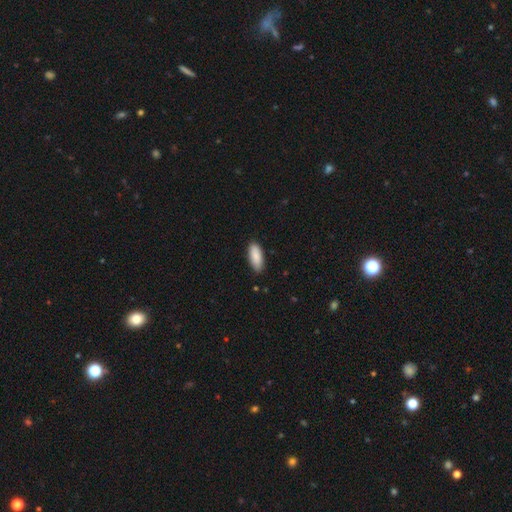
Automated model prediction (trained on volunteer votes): This appears to be a smooth galaxy with no disk features (88%) that is in between round and cigar-shaped (81%). Merging: none (86%).